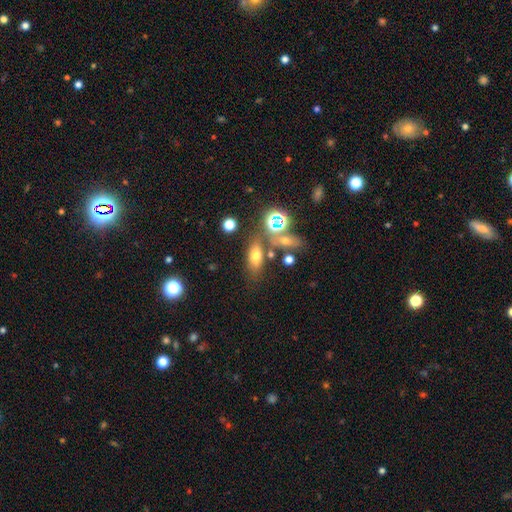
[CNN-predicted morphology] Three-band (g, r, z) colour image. It shows a smooth galaxy with no disk features (63%) that is in between round and cigar-shaped (72%). Merging: none (63%).